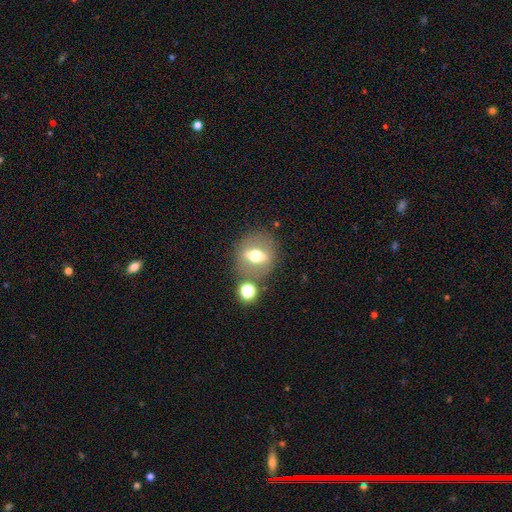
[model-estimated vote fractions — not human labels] smooth-or-featured: featured or disk: 52% | smooth: 38% | star or artifact: 10%
  disk-edge-on: no: 55% | yes: 45%
  merging: none: 76% | minor disturbance: 11% | merger: 8% | major disturbance: 6%